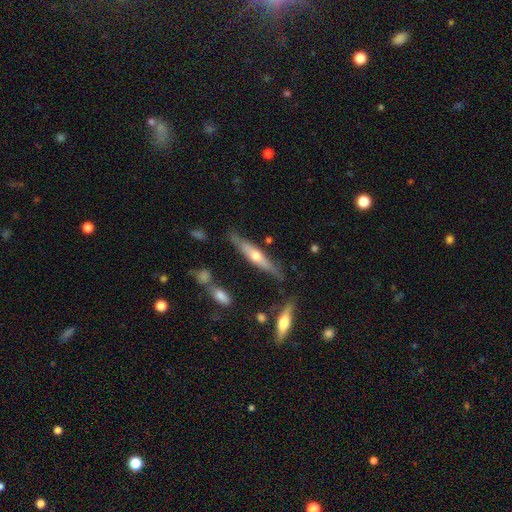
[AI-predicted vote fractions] featured or disk 60%, smooth 34%, star or artifact 6%. Down the decision tree: edge-on disk — yes (92%); edge-on bulge — rounded (88%); merging — none (77%).